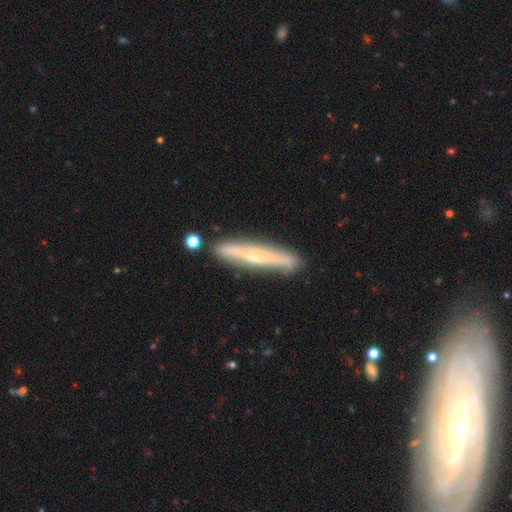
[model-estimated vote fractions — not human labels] The model was most divided on "smooth or featured": featured or disk: 63%, smooth: 31%, star or artifact: 6%. More confident: edge-on disk — yes (84%); merging — none (83%); edge-on bulge — rounded (69%).